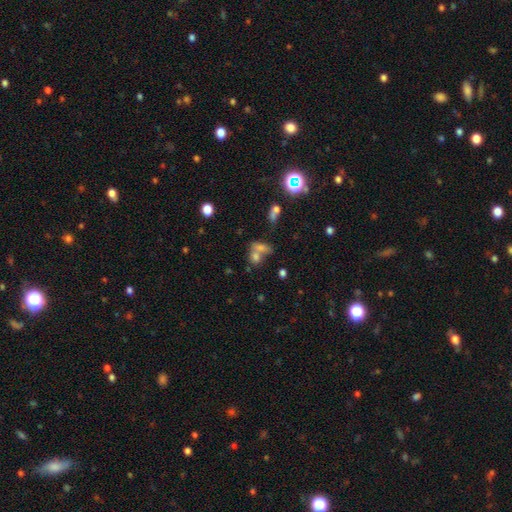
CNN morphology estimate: Smooth or featured: star or artifact — 40% (smooth — 38%)